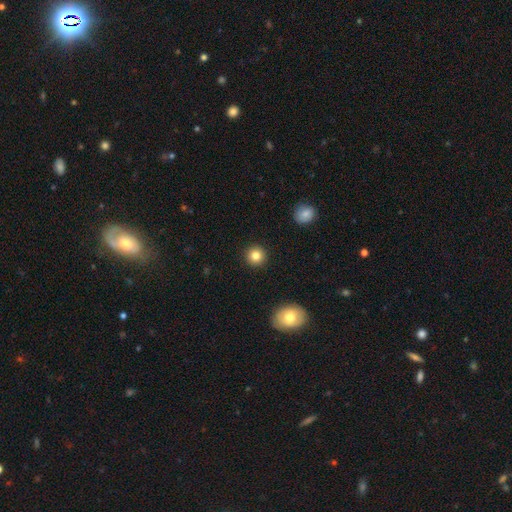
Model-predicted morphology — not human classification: This is clearly a smooth galaxy (83%). How rounded: clearly round (94%). Merging: clearly none (92%).